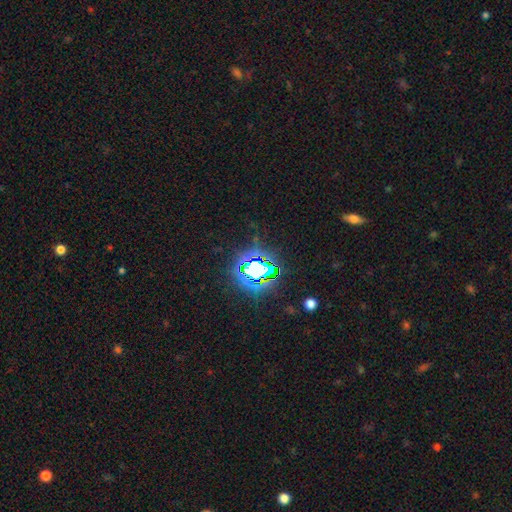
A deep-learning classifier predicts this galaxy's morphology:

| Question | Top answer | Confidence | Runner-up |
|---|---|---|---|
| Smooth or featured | star or artifact | 82% | smooth (12%) |